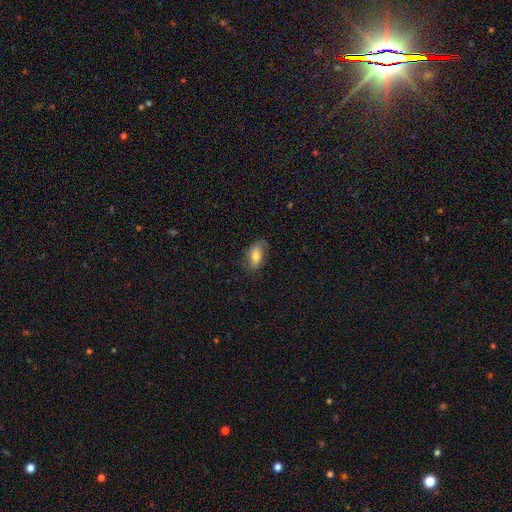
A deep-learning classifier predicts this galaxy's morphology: Smooth or featured? Predicted: smooth (p=0.61). How rounded? Predicted: in between (p=0.89). Merging? Predicted: none (p=0.69).